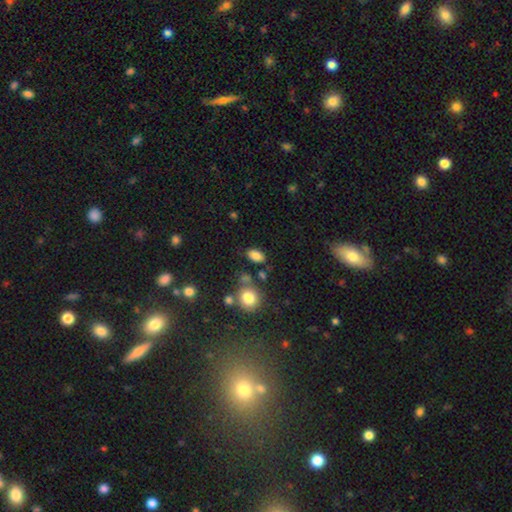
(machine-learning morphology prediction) smooth 84%, star or artifact 10%, featured or disk 6%. Down the decision tree: how rounded — in between (87%); merging — none (77%).